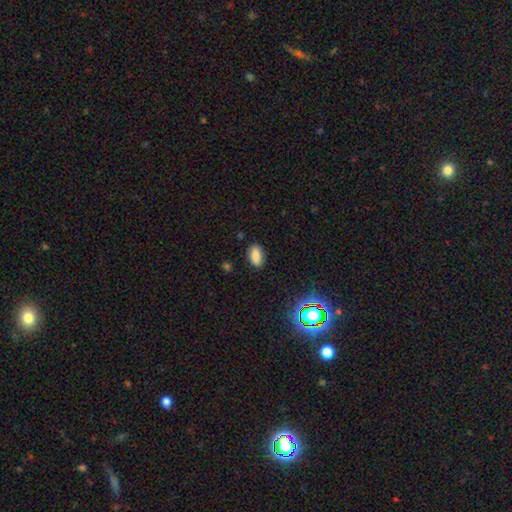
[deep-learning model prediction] The model was most divided on "smooth or featured": smooth: 83%, star or artifact: 11%, featured or disk: 6%. More confident: how rounded — in between (90%); merging — none (86%).